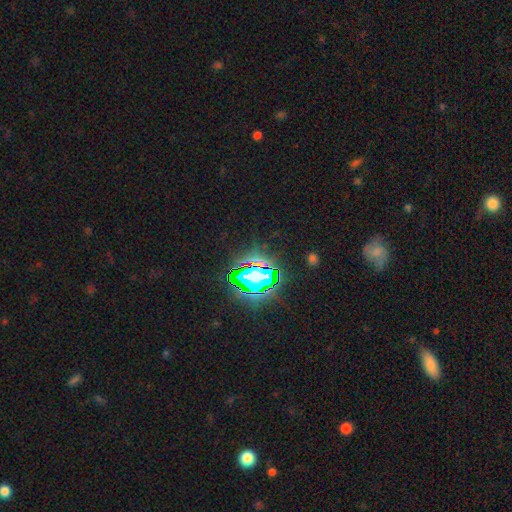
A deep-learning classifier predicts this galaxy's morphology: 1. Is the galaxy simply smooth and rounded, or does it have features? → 80% star or artifact, 12% smooth, 7% featured or disk.